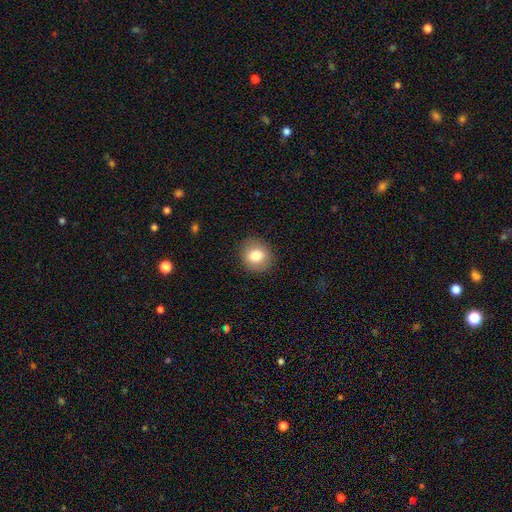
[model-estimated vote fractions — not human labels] This appears to be a smooth galaxy with no disk features (81%) that is round (83%). Merging: none (89%).